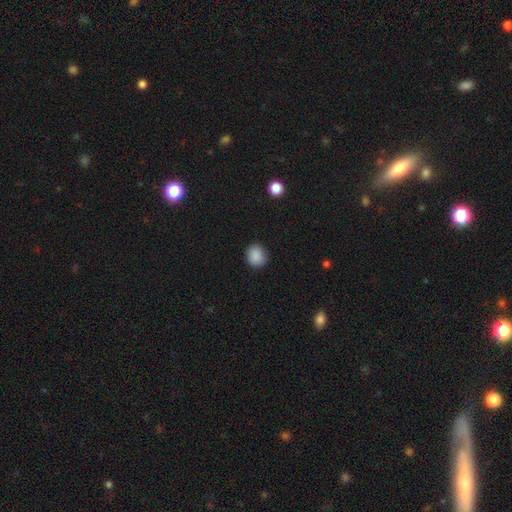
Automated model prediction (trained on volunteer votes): A smooth galaxy with no disk features (88%) that is round (76%).

Vote fractions:
- Smooth or featured? smooth: 88% / star or artifact: 9% / featured or disk: 3%
- How rounded? round: 76% / in between: 24% / cigar-shaped: 1%
- Merging? none: 84% / minor disturbance: 12% / major disturbance: 3% / merger: 1%